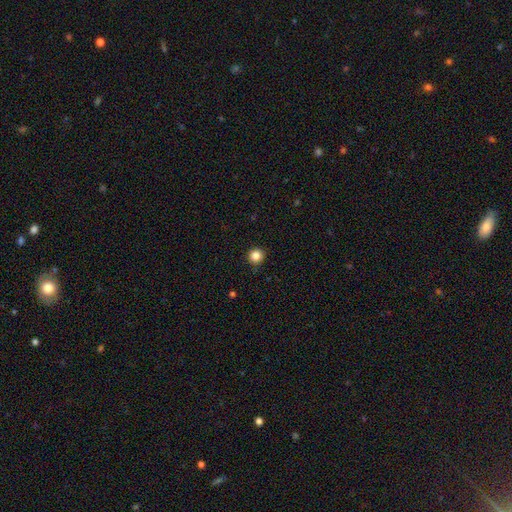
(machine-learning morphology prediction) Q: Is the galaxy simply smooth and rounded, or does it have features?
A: smooth — 84%.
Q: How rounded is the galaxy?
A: round — 95%.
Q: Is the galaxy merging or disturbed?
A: none — 92%.